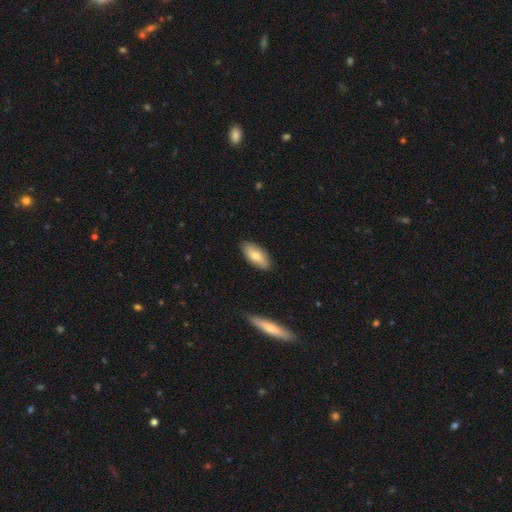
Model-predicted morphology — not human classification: type=smooth (70%); roundness=in between (87%); merging=none (87%).